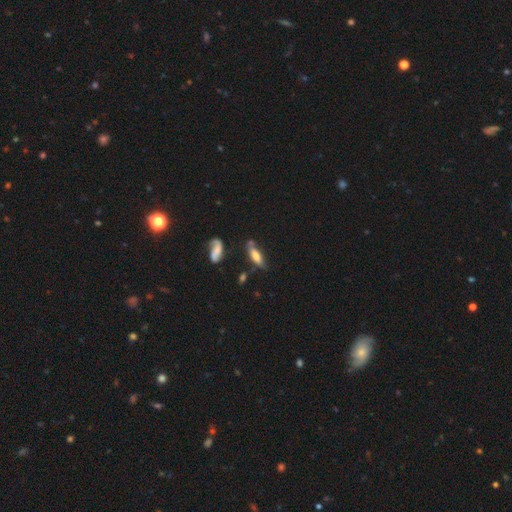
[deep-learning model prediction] This appears to be a smooth galaxy with no disk features (66%) that is in between round and cigar-shaped (59%). Merging: none (59%).